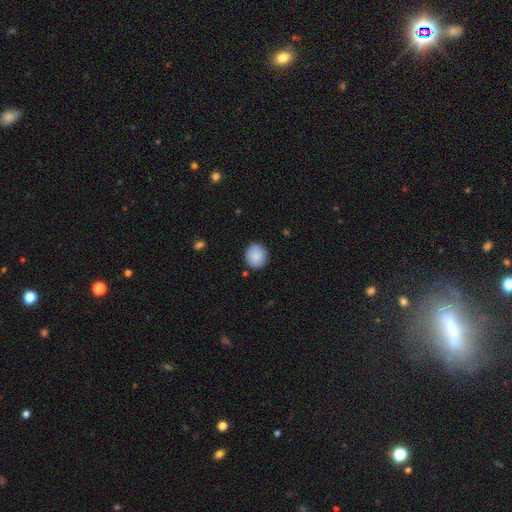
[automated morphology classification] Smooth or featured: smooth — 88% (star or artifact — 7%)
How rounded: round — 84% (in between — 15%)
Merging: none — 88% (minor disturbance — 9%)